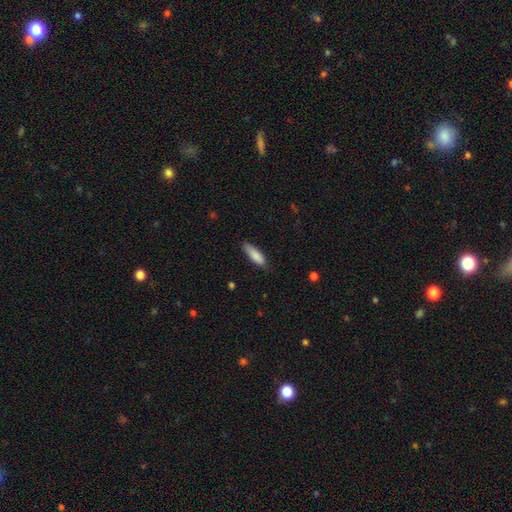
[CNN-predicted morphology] Smooth or featured?
  - smooth: 85% *
  - featured or disk: 9%
  - star or artifact: 6%
How rounded?
  - cigar-shaped: 54% *
  - in between: 45%
  - round: 1%
Merging?
  - none: 79% *
  - minor disturbance: 17%
  - major disturbance: 3%
  - merger: 1%